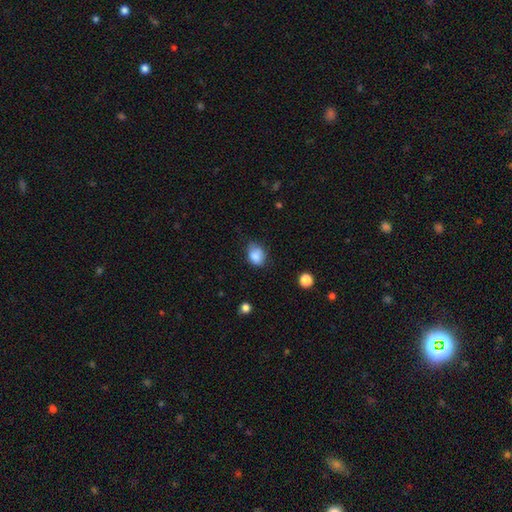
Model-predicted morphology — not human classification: Overall: smooth (85%). How rounded: in between (54%; round 45%). Merging: none (57%; minor disturbance 34%).